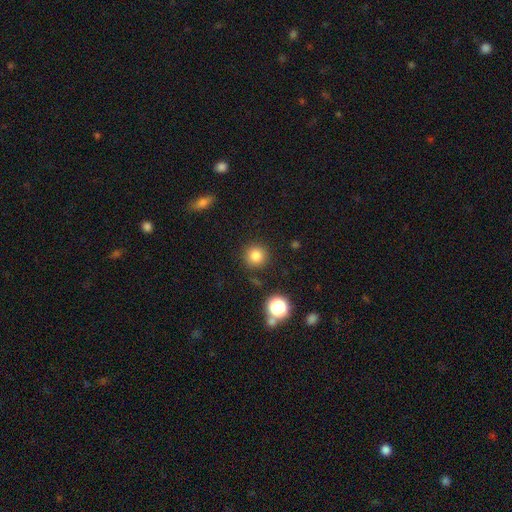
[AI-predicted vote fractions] The model was most divided on "smooth or featured": smooth: 81%, star or artifact: 14%, featured or disk: 6%. More confident: how rounded — round (94%); merging — none (87%).